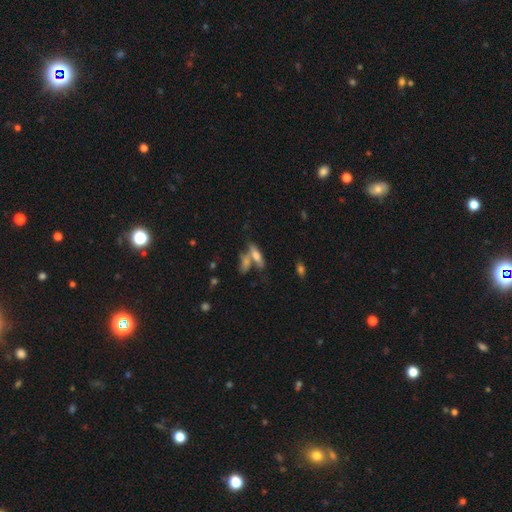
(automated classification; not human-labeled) smooth_or_featured: smooth (p=0.59) [alt: featured or disk p=0.30]
how_rounded: cigar-shaped (p=0.49) [alt: in between p=0.47]
merging: none (p=0.45) [alt: merger p=0.38]